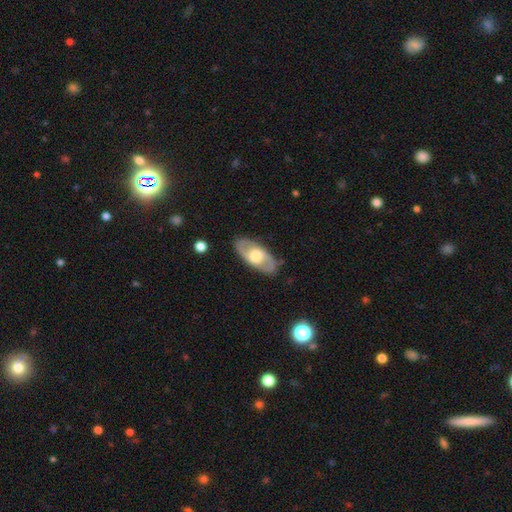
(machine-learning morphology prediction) featured or disk 67%, smooth 28%, star or artifact 5%. Down the decision tree: edge-on disk — no (84%); bar — no (65%); spiral arms — yes (66%); bulge size — moderate (54%); merging — none (85%).